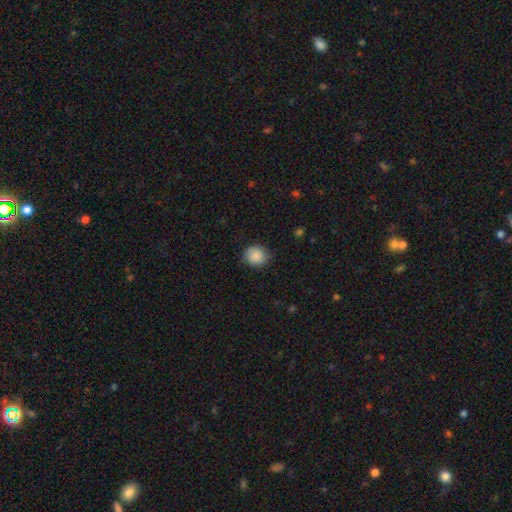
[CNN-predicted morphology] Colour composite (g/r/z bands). It shows a smooth galaxy with no disk features (88%) that is round (78%). Merging: none (83%).